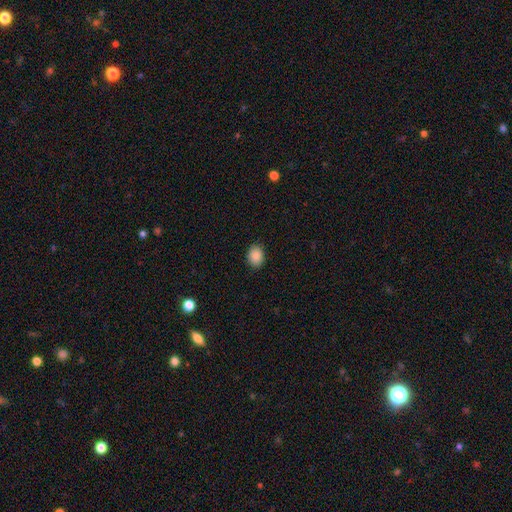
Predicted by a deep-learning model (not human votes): A smooth galaxy with no disk features (88%) that is in between round and cigar-shaped (58%). Merging: none (87%).